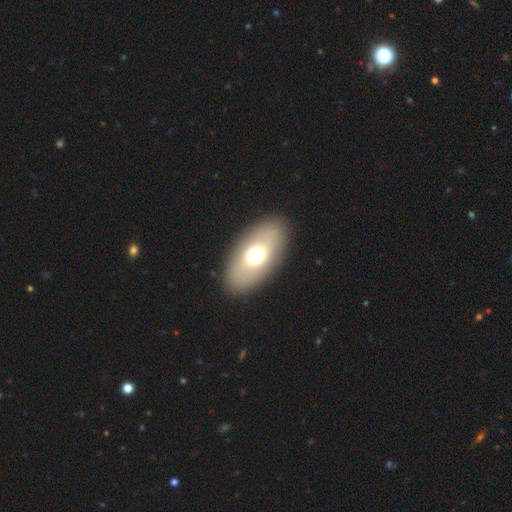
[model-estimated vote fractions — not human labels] smooth_or_featured: smooth (p=0.65) [alt: featured or disk p=0.28]
how_rounded: in between (p=0.92) [alt: round p=0.05]
merging: none (p=0.89) [alt: minor disturbance p=0.07]